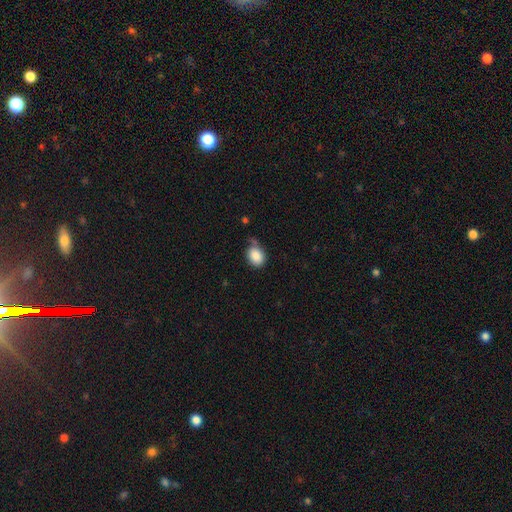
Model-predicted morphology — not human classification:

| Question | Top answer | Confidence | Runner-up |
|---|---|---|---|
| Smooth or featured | smooth | 86% | star or artifact (8%) |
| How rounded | in between | 60% | round (39%) |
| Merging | none | 59% | minor disturbance (26%) |